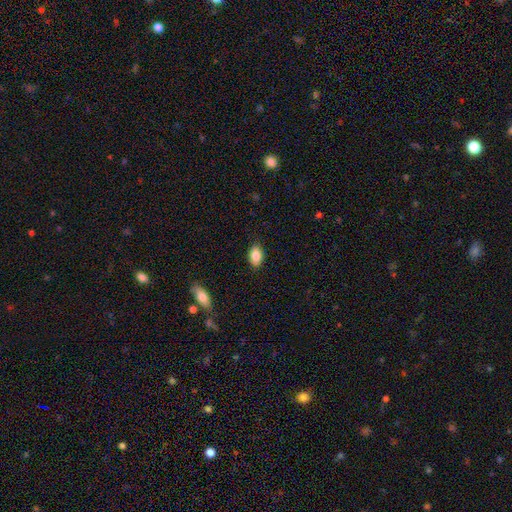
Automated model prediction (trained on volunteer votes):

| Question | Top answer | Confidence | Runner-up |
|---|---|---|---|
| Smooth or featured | smooth | 85% | star or artifact (7%) |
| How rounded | in between | 90% | round (8%) |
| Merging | none | 87% | minor disturbance (10%) |